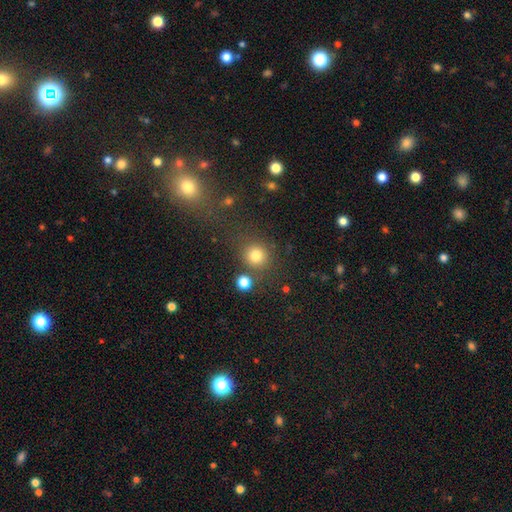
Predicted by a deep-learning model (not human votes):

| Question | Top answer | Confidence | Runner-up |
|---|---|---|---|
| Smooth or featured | smooth | 80% | star or artifact (14%) |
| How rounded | round | 90% | in between (9%) |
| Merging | none | 74% | merger (12%) |